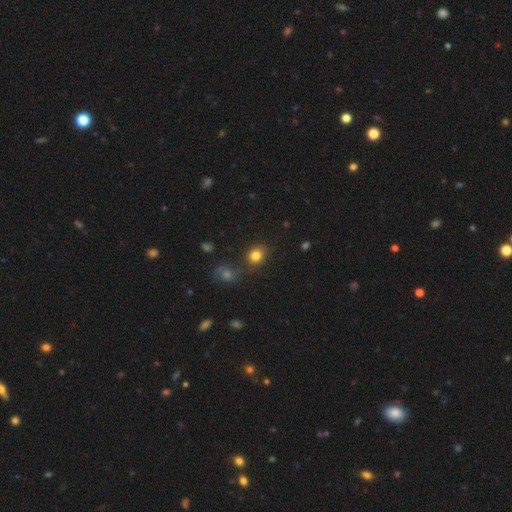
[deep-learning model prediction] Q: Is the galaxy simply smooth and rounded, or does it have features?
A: smooth — 82%.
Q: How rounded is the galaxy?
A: round — 64%.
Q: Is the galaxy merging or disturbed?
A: none — 74%.